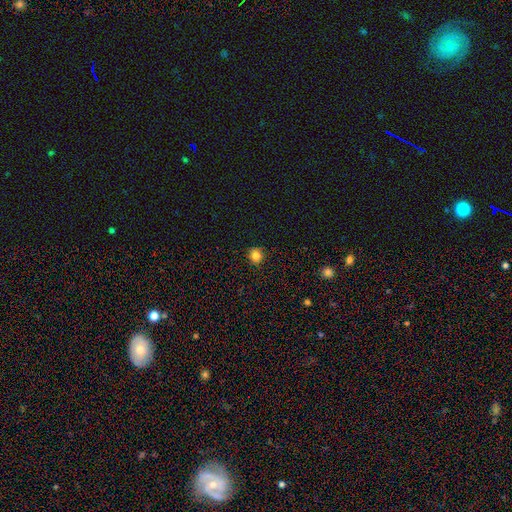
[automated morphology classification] Smooth or featured: smooth — 82% (star or artifact — 13%)
How rounded: round — 92% (in between — 7%)
Merging: none — 90% (minor disturbance — 7%)